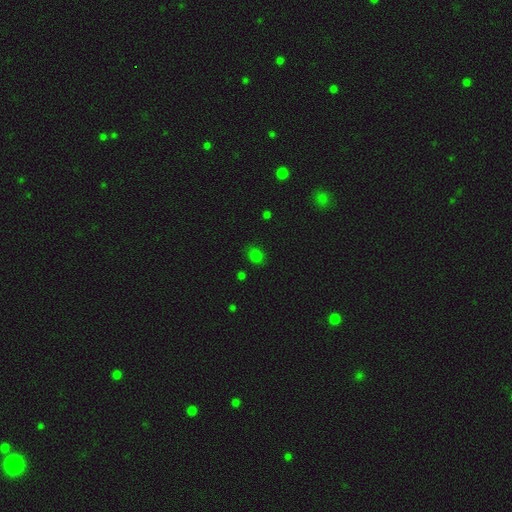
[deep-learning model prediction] Morphology: type=smooth (77%); roundness=round (57%); merging=none (80%).